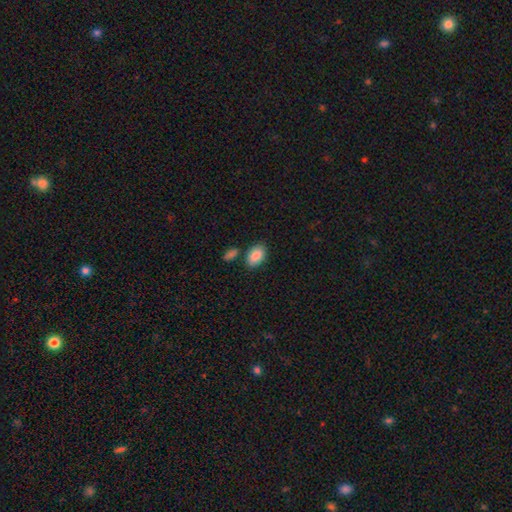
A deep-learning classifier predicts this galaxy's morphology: A smooth galaxy with no disk features (88%) that is in between round and cigar-shaped (92%). Merging: none (76%).